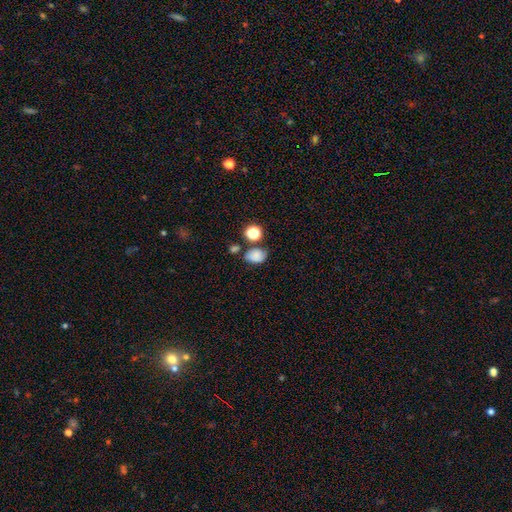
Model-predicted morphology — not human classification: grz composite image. It shows a smooth galaxy with no disk features (78%) that is in between round and cigar-shaped (66%). Merging: none (61%).